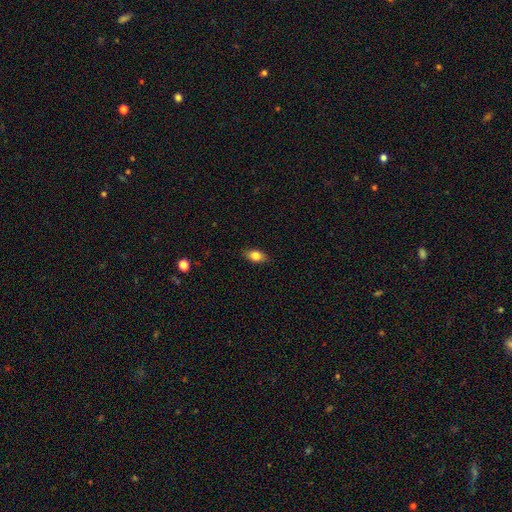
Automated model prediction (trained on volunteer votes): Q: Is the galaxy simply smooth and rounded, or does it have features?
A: smooth — 81%.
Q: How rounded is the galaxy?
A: in between — 83%.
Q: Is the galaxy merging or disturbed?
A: none — 85%.